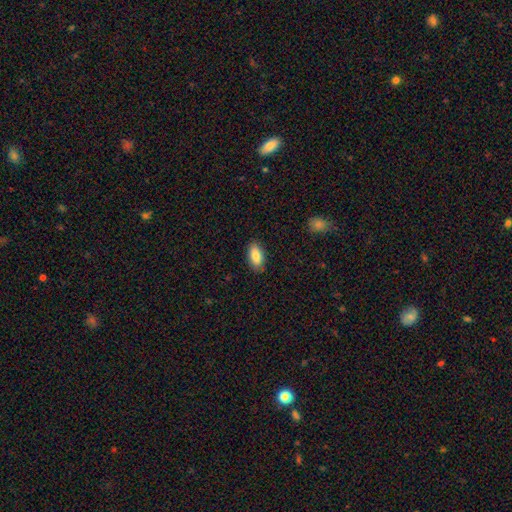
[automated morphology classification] smooth-or-featured: smooth: 86% | featured or disk: 8% | star or artifact: 6%
  how-rounded: in between: 91% | cigar-shaped: 7% | round: 3%
  merging: none: 88% | minor disturbance: 9% | major disturbance: 2% | merger: 1%